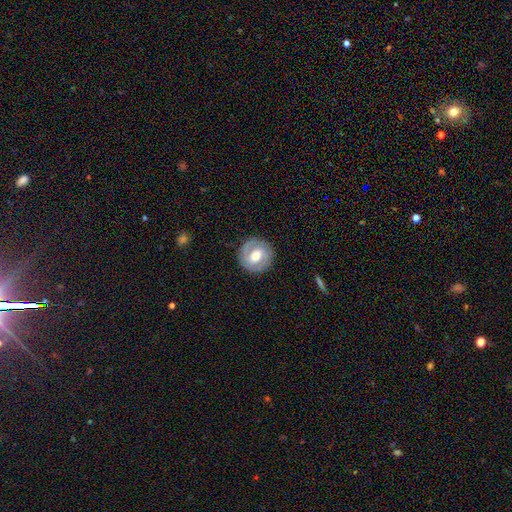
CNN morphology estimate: smooth-or-featured: featured or disk: 66% | smooth: 29% | star or artifact: 5%
  disk-edge-on: no: 97% | yes: 3%
    bar: weak: 48% | no: 31% | strong: 22%
    has-spiral-arms: yes: 75% | no: 25%
    bulge-size: moderate: 69% | large: 14% | small: 14% | dominant: 1% | none: 1%
  merging: none: 87% | minor disturbance: 9% | major disturbance: 3% | merger: 1%